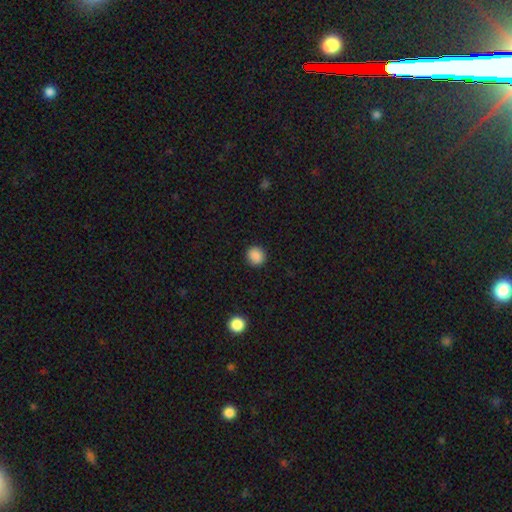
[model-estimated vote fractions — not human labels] smooth 88%, star or artifact 10%, featured or disk 3%. Down the decision tree: how rounded — round (89%); merging — none (92%).